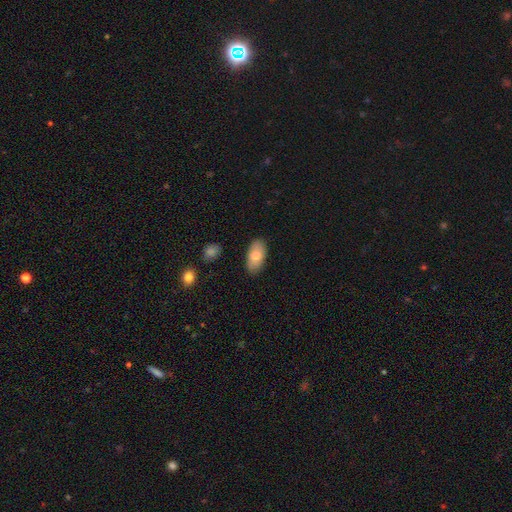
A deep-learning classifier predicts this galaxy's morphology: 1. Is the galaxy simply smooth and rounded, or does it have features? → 77% smooth, 17% featured or disk, 6% star or artifact.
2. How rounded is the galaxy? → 94% in between, 3% round, 3% cigar-shaped.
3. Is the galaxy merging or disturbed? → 85% none, 11% minor disturbance, 2% major disturbance, 2% merger.